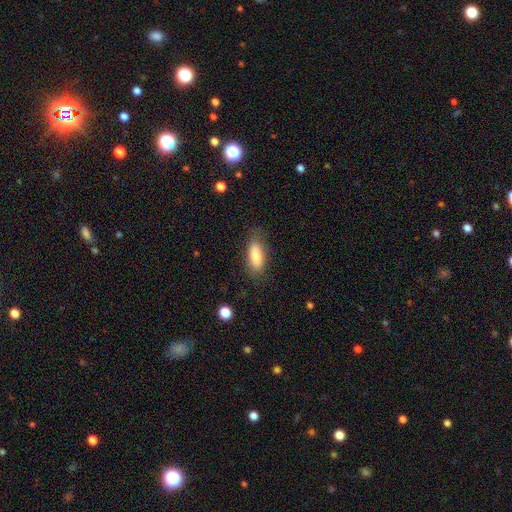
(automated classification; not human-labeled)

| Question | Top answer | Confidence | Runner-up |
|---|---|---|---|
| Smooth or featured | smooth | 83% | featured or disk (11%) |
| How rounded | in between | 78% | cigar-shaped (20%) |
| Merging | none | 79% | minor disturbance (15%) |